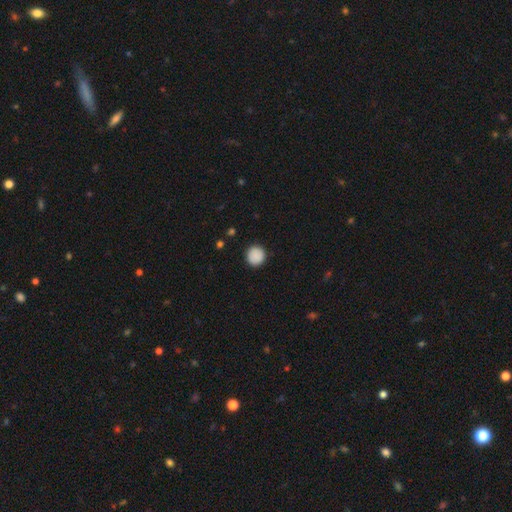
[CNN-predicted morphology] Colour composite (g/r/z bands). It shows a smooth galaxy with no disk features (89%) that is round (93%). Merging: none (90%).